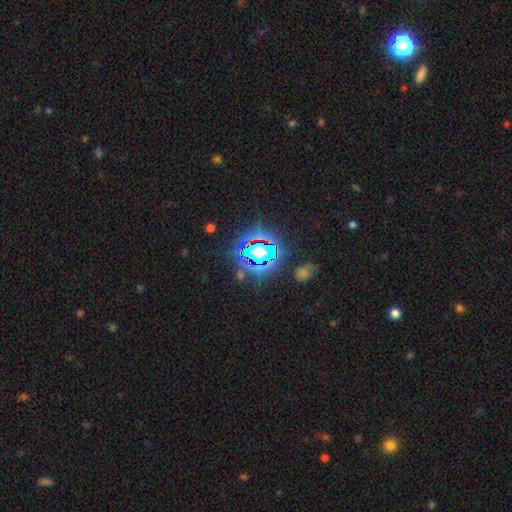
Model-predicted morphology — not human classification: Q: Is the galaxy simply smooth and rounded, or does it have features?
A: star or artifact — 82%.